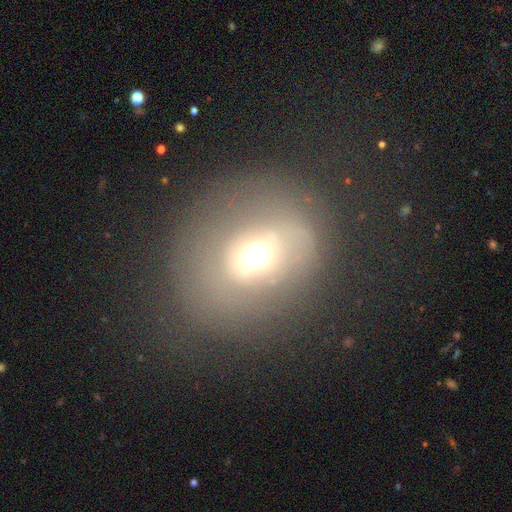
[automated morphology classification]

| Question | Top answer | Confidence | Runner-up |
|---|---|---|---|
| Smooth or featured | smooth | 51% | featured or disk (31%) |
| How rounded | round | 62% | in between (36%) |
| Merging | none | 62% | minor disturbance (17%) |